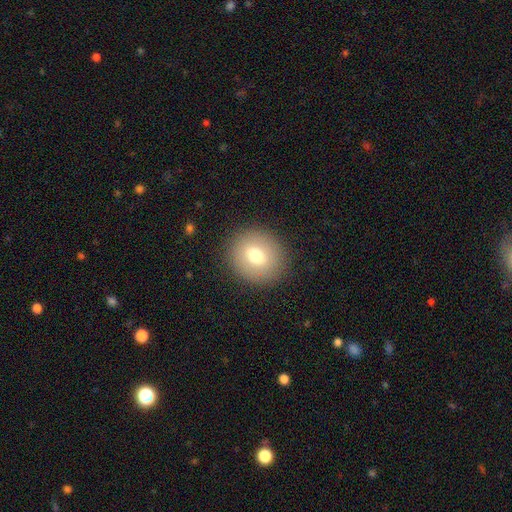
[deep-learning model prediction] smooth_or_featured: smooth (p=0.72) [alt: featured or disk p=0.18]
how_rounded: round (p=0.84) [alt: in between p=0.15]
merging: none (p=0.89) [alt: minor disturbance p=0.07]